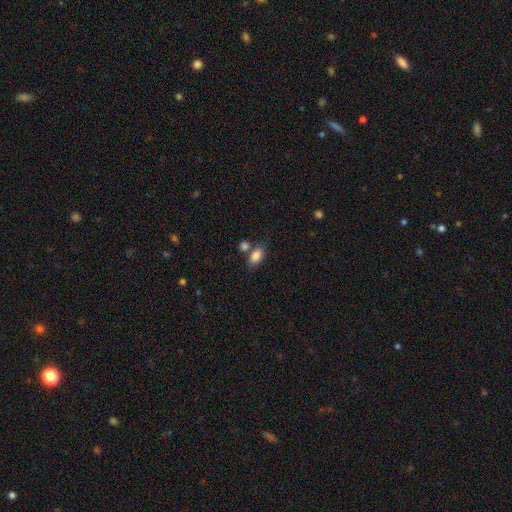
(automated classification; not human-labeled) smooth-or-featured: smooth: 85% | star or artifact: 8% | featured or disk: 7%
  how-rounded: in between: 86% | round: 10% | cigar-shaped: 3%
  merging: none: 58% | merger: 23% | minor disturbance: 14% | major disturbance: 5%